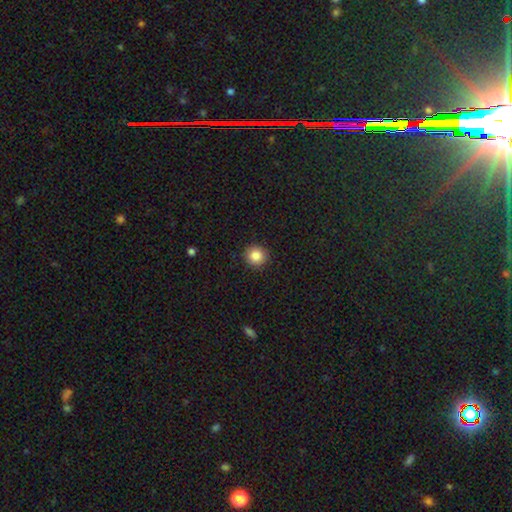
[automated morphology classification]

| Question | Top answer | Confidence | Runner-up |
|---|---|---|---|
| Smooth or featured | smooth | 85% | star or artifact (10%) |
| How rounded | round | 94% | in between (5%) |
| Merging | none | 92% | minor disturbance (5%) |